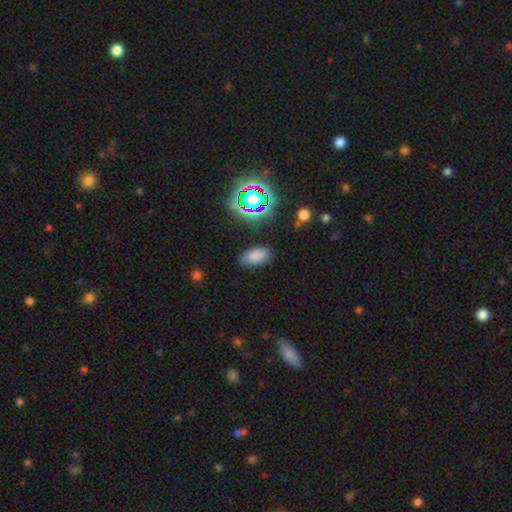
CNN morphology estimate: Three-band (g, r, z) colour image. It shows a smooth galaxy with no disk features (77%) that is in between round and cigar-shaped (93%). Merging: none (85%).